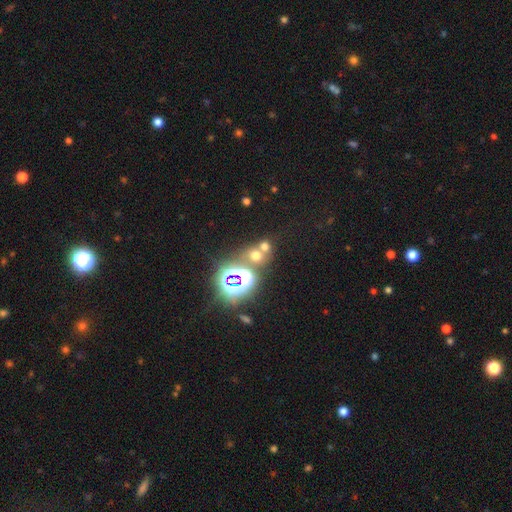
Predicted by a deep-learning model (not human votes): A smooth galaxy with no disk features (48%). Merging: none (50%).